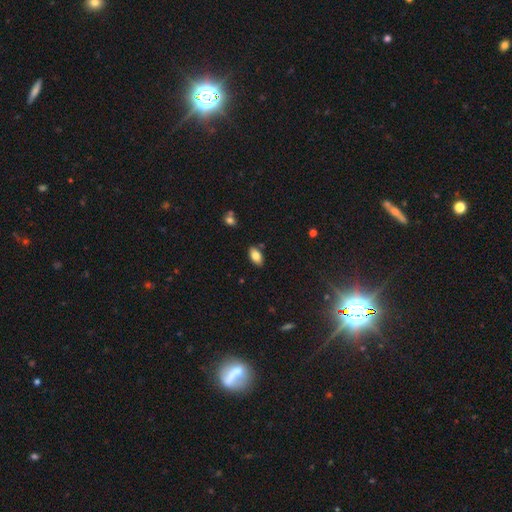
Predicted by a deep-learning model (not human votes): Overall: smooth (80%). How rounded: in between (92%). Merging: none (83%).